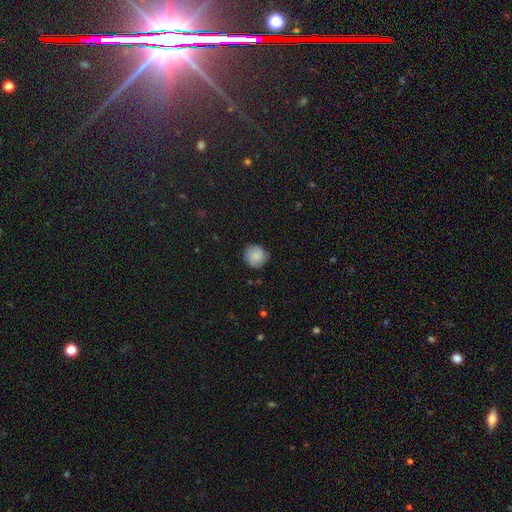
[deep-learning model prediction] A smooth galaxy with no disk features (80%) that is round (91%). Merging: none (82%).